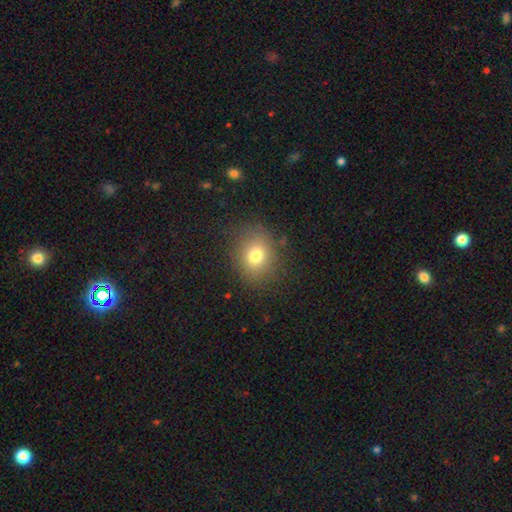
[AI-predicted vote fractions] A smooth galaxy with no disk features (75%) that is round (62%).

Vote fractions:
- Smooth or featured? smooth: 75% / star or artifact: 14% / featured or disk: 11%
- How rounded? round: 62% / in between: 37% / cigar-shaped: 1%
- Merging? none: 84% / minor disturbance: 11% / major disturbance: 5% / merger: 1%